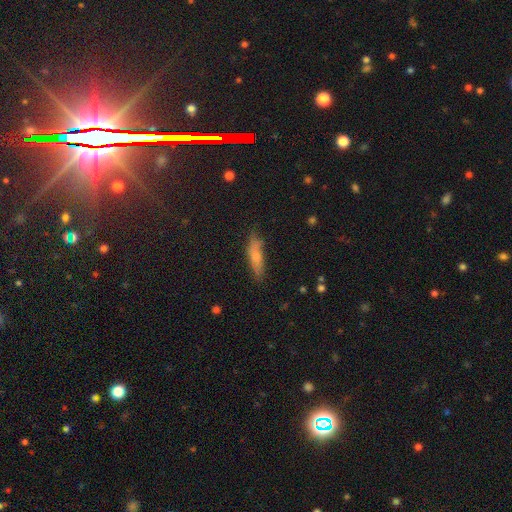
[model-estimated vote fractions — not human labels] This appears to be a smooth galaxy with no disk features (70%) that is cigar-shaped (60%). Merging: none (70%).